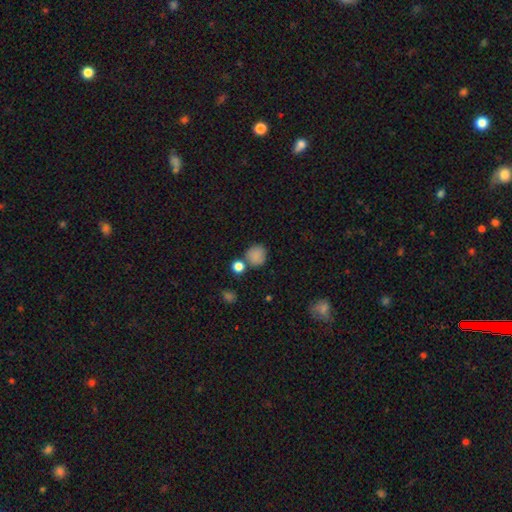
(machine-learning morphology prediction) Smooth or featured? smooth (83%)
How rounded? round (85%)
Merging? none (69%)